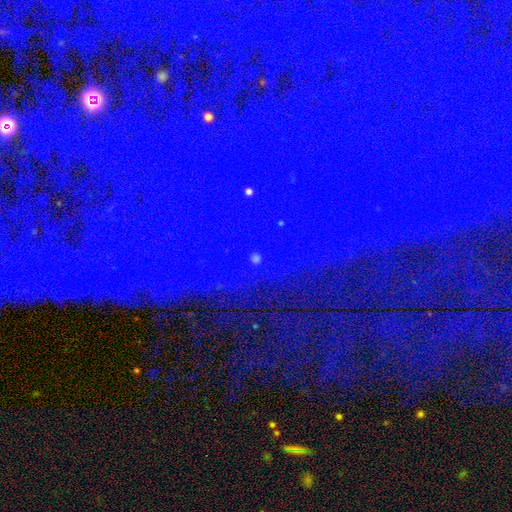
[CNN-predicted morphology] Smooth or featured?
  - star or artifact: 84% *
  - featured or disk: 8%
  - smooth: 7%